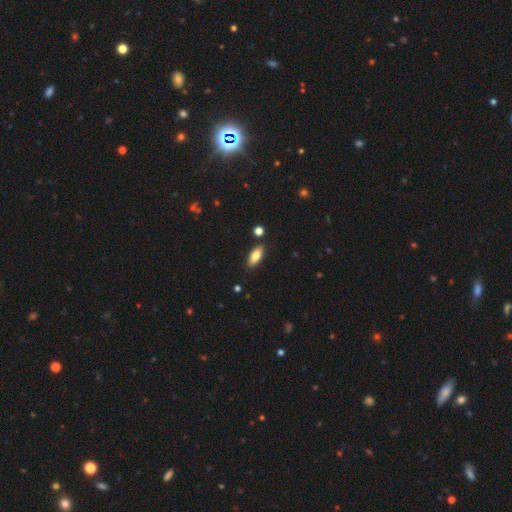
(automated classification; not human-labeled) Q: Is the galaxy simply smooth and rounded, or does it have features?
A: smooth — 81%.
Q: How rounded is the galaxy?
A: in between — 83%.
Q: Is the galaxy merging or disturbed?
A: none — 86%.